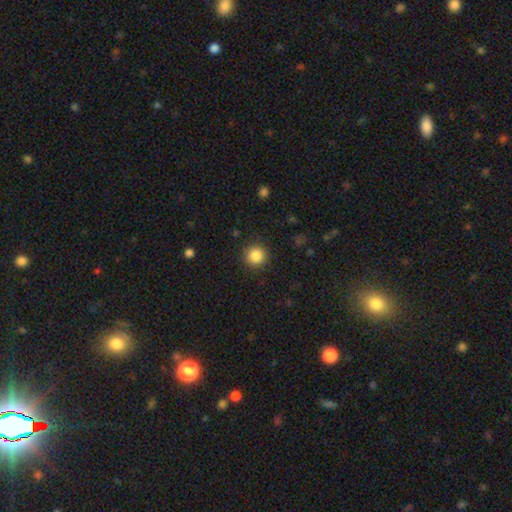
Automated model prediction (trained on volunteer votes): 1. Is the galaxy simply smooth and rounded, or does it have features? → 86% smooth, 10% star or artifact, 4% featured or disk.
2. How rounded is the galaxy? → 95% round, 4% in between, 1% cigar-shaped.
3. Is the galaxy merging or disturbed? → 90% none, 6% minor disturbance, 2% major disturbance, 1% merger.